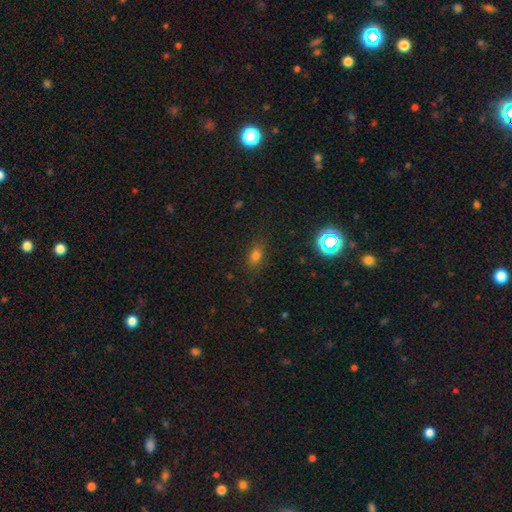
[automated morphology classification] The model was most divided on "smooth or featured": smooth: 72%, star or artifact: 19%, featured or disk: 9%. More confident: merging — none (82%); how rounded — in between (74%).